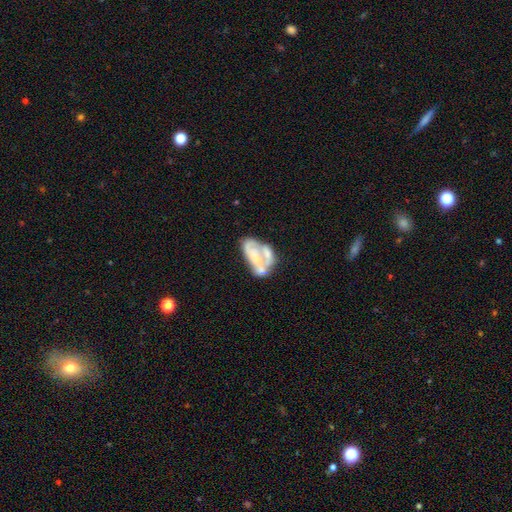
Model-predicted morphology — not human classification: smooth-or-featured: featured or disk: 60% | smooth: 32% | star or artifact: 8%
  disk-edge-on: no: 96% | yes: 4%
    bar: no: 81% | weak: 12% | strong: 8%
    has-spiral-arms: no: 79% | yes: 21%
    bulge-size: none: 56% | small: 18% | moderate: 17% | large: 6% | dominant: 2%
  merging: merger: 35% | none: 26% | major disturbance: 21% | minor disturbance: 18%